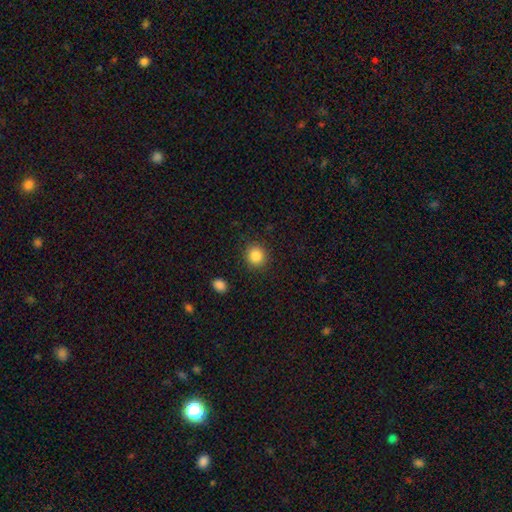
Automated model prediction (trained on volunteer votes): This is clearly a smooth galaxy (86%). How rounded: clearly round (89%). Merging: clearly none (89%).